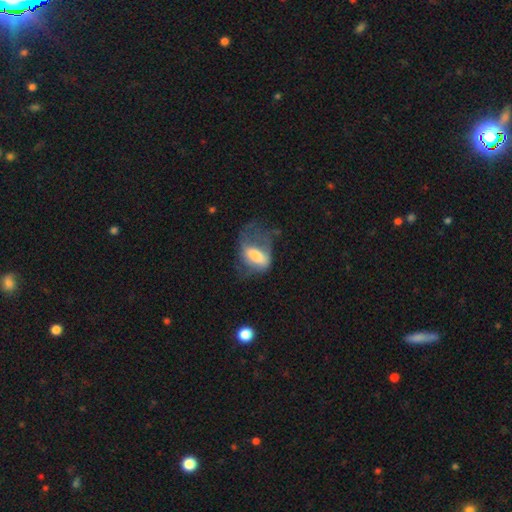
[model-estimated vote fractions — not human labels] smooth_or_featured: smooth (p=0.54) [alt: featured or disk p=0.37]
how_rounded: in between (p=0.84) [alt: round p=0.09]
merging: major disturbance (p=0.55) [alt: none p=0.21]